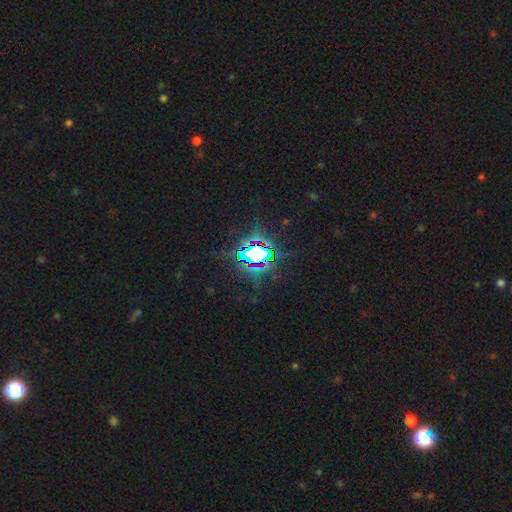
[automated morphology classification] smooth-or-featured: star or artifact: 71% | smooth: 17% | featured or disk: 12%